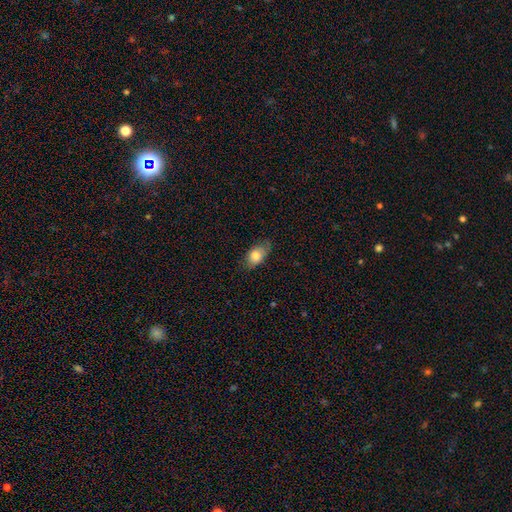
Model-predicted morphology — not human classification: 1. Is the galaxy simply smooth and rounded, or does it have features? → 81% smooth, 11% featured or disk, 8% star or artifact.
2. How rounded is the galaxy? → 85% in between, 12% round, 3% cigar-shaped.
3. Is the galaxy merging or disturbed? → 67% none, 26% minor disturbance, 6% major disturbance, 1% merger.